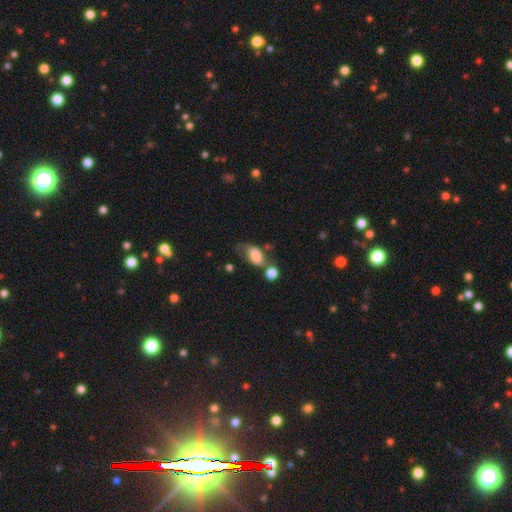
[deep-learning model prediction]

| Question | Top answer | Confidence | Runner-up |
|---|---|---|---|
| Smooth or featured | smooth | 77% | featured or disk (14%) |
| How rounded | in between | 86% | round (11%) |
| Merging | none | 28% | merger (26%) |